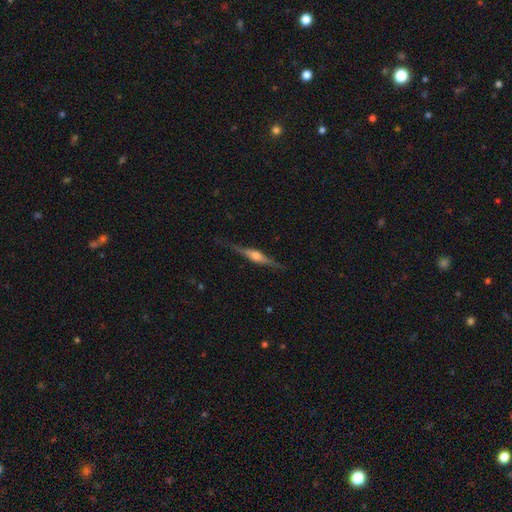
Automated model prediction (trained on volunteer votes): A featured or disk galaxy (79%) viewed edge-on (98%) with a rounded central bulge (84%).

Vote fractions:
- Smooth or featured? featured or disk: 79% / smooth: 15% / star or artifact: 6%
- Edge-on disk? yes: 98% / no: 2%
- Edge-on bulge? rounded: 84% / boxy: 12% / none: 3%
- Merging? none: 85% / minor disturbance: 12% / major disturbance: 3% / merger: 1%